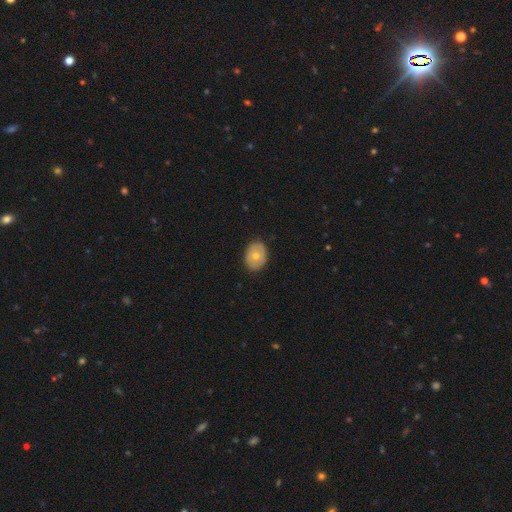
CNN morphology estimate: The model was most divided on "smooth or featured": smooth: 54%, featured or disk: 40%, star or artifact: 6%. More confident: merging — none (84%); how rounded — in between (65%).